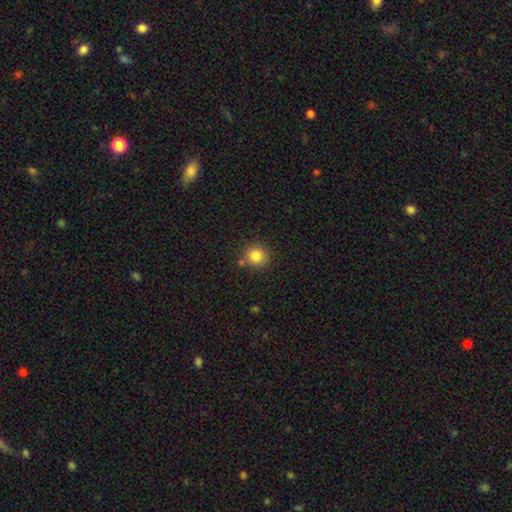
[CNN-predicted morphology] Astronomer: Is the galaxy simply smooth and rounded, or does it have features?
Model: smooth — 84%.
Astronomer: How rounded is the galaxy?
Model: round — 89%.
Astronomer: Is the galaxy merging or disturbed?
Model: none — 78%.